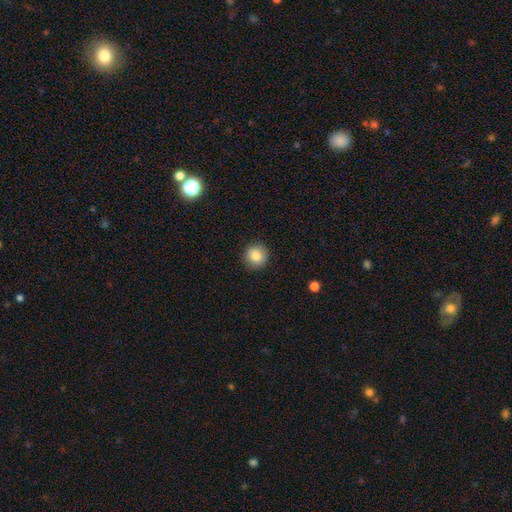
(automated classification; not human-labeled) Smooth or featured?
  - smooth: 85% *
  - star or artifact: 9%
  - featured or disk: 6%
How rounded?
  - round: 93% *
  - in between: 6%
  - cigar-shaped: 1%
Merging?
  - none: 90% *
  - minor disturbance: 7%
  - major disturbance: 2%
  - merger: 1%